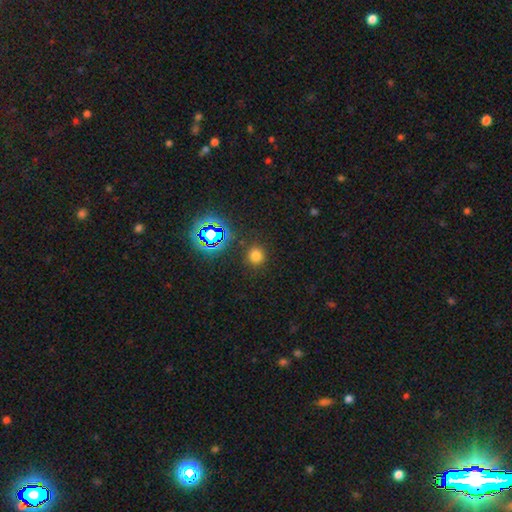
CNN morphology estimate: This appears to be a smooth galaxy with no disk features (71%) that is round (93%). Merging: none (88%).